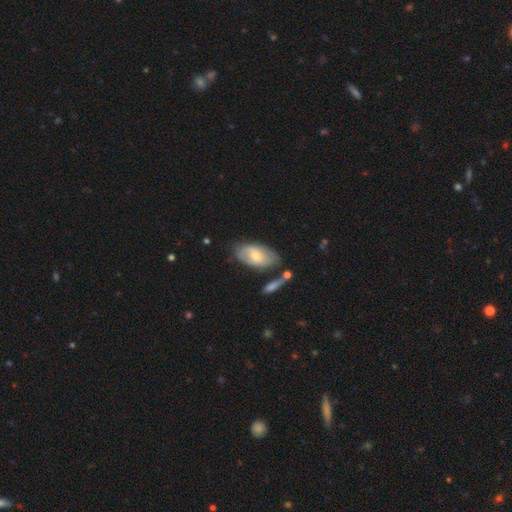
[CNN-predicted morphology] Q: Smooth or featured?
A: smooth (52%); runner-up: featured or disk (42%)
Q: How rounded?
A: in between (92%); runner-up: round (5%)
Q: Merging?
A: none (58%); runner-up: minor disturbance (22%)